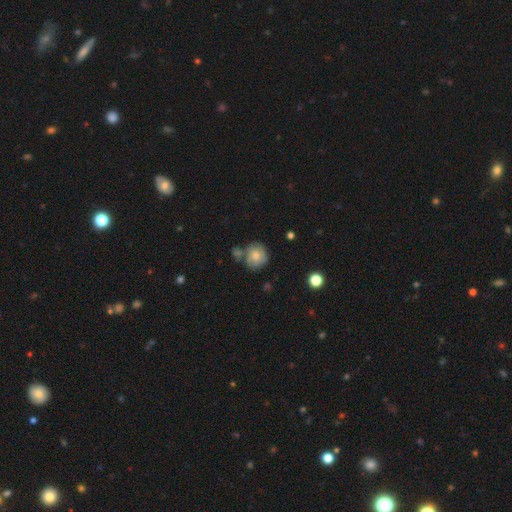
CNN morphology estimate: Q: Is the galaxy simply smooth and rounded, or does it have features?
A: smooth — 72%.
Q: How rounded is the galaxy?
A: round — 84%.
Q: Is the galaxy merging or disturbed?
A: none — 55%.